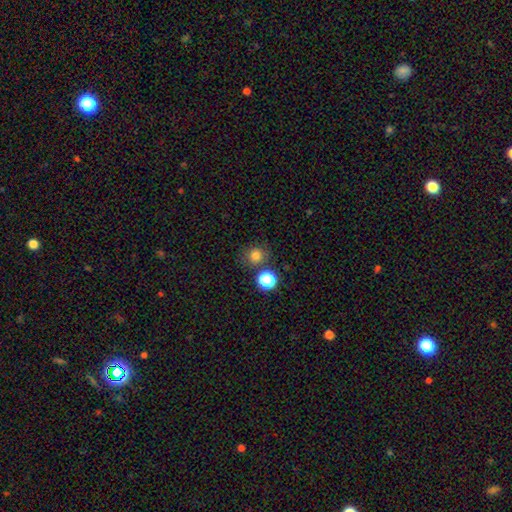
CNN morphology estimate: The model was most divided on "smooth or featured": smooth: 78%, star or artifact: 16%, featured or disk: 6%. More confident: how rounded — round (89%); merging — none (78%).